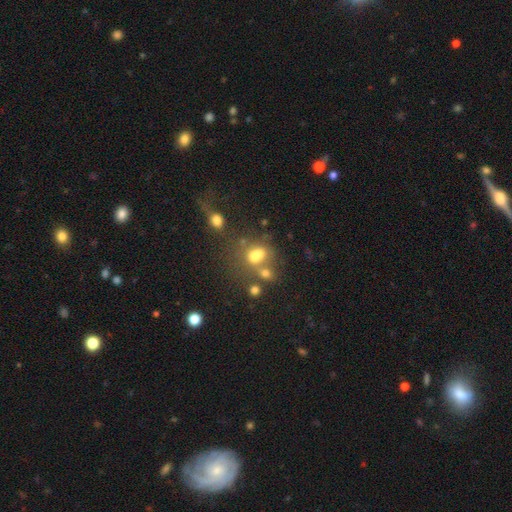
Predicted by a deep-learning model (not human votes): This appears to be a smooth galaxy with no disk features (62%) that is round (53%). Merging: merger (47%).